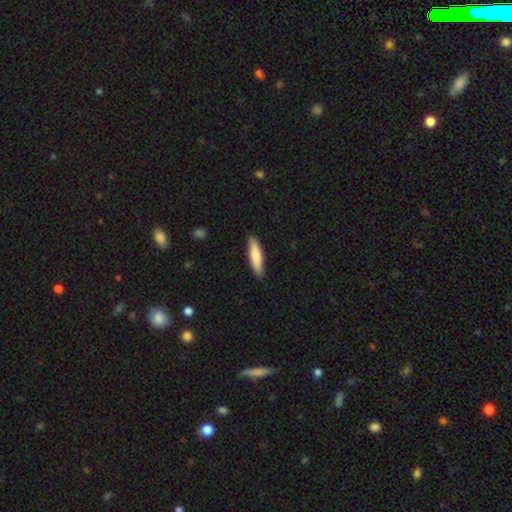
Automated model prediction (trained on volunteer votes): Q: Smooth or featured?
A: smooth (80%); runner-up: featured or disk (15%)
Q: How rounded?
A: cigar-shaped (75%); runner-up: in between (24%)
Q: Merging?
A: none (88%); runner-up: minor disturbance (9%)